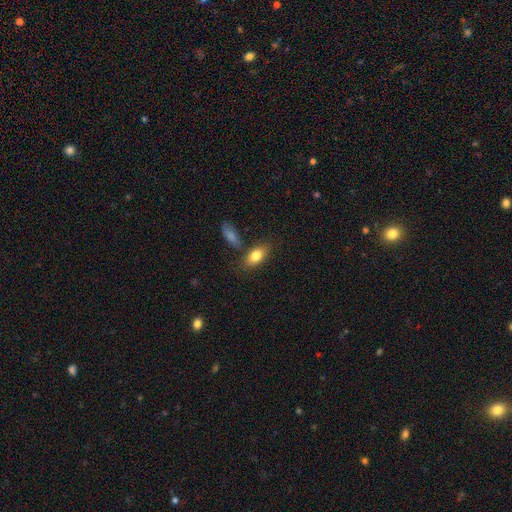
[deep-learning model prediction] A smooth galaxy with no disk features (82%) that is in between round and cigar-shaped (88%).

Vote fractions:
- Smooth or featured? smooth: 82% / featured or disk: 11% / star or artifact: 7%
- How rounded? in between: 88% / round: 7% / cigar-shaped: 6%
- Merging? none: 72% / minor disturbance: 14% / merger: 10% / major disturbance: 4%